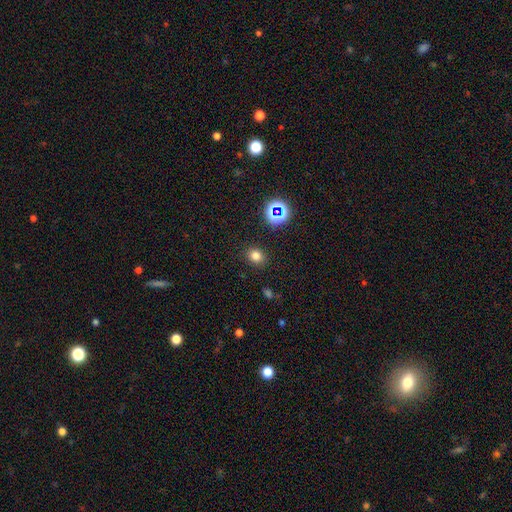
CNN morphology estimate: smooth 76%, star or artifact 19%, featured or disk 6%. Down the decision tree: how rounded — round (69%); merging — none (88%).